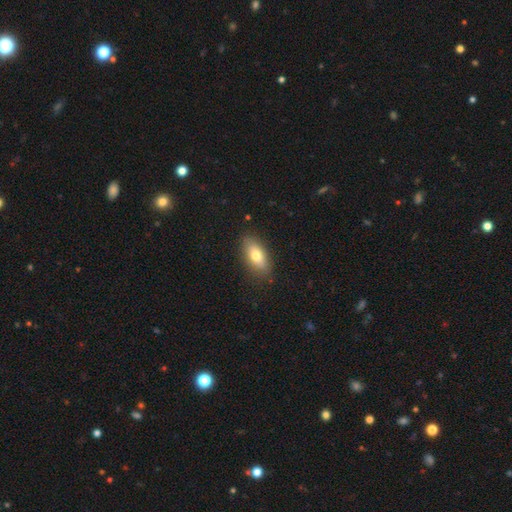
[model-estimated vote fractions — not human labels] Morphology: type=smooth (73%); roundness=in between (86%); merging=none (85%).